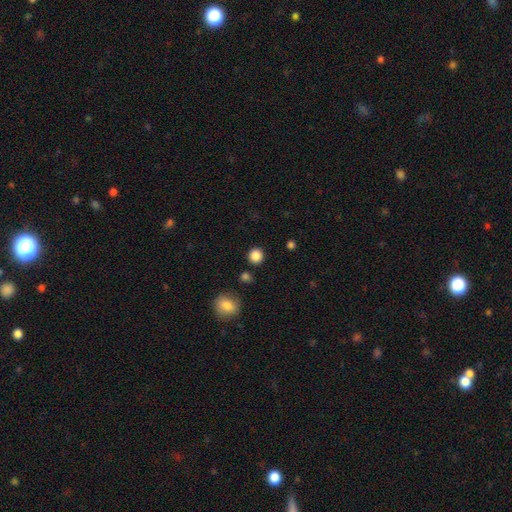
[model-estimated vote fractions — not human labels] Morphology: type=smooth (86%); roundness=round (91%); merging=none (89%).